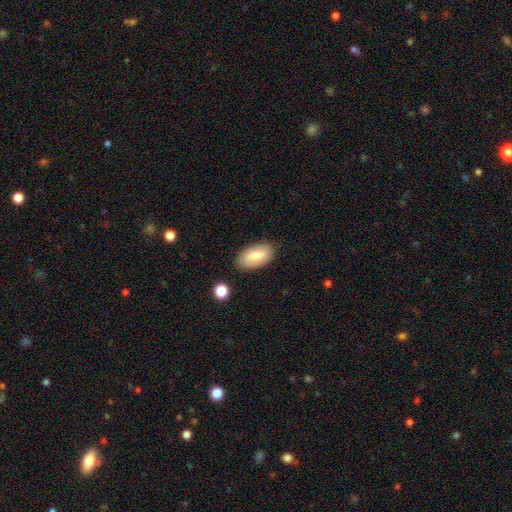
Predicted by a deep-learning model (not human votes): A smooth galaxy with no disk features (76%) that is in between round and cigar-shaped (94%). Merging: none (83%).